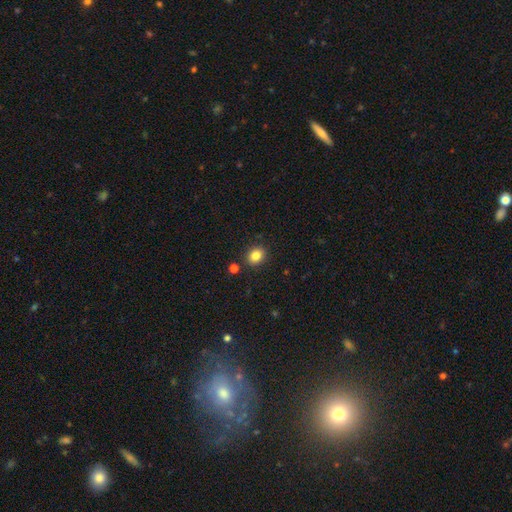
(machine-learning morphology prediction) smooth-or-featured: smooth: 83% | star or artifact: 11% | featured or disk: 6%
  how-rounded: round: 65% | in between: 34% | cigar-shaped: 1%
  merging: none: 87% | minor disturbance: 7% | merger: 3% | major disturbance: 2%